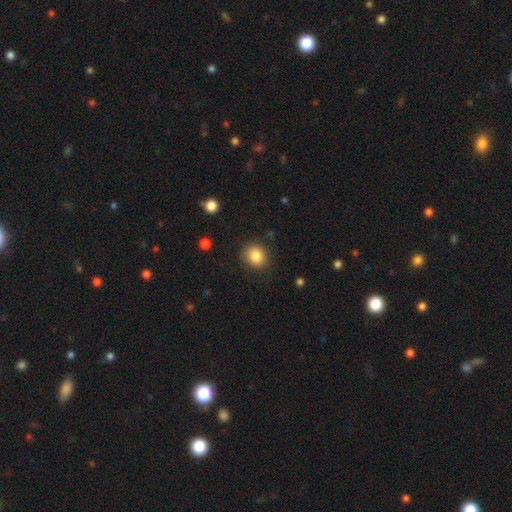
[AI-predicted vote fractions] Morphology: type=smooth (85%); roundness=round (73%); merging=none (87%).